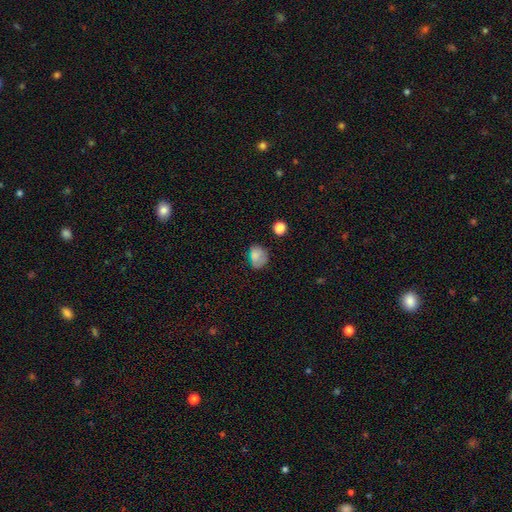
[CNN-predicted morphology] smooth-or-featured: smooth: 76% | star or artifact: 12% | featured or disk: 11%
  how-rounded: in between: 56% | round: 42% | cigar-shaped: 1%
  merging: none: 51% | minor disturbance: 31% | major disturbance: 14% | merger: 3%